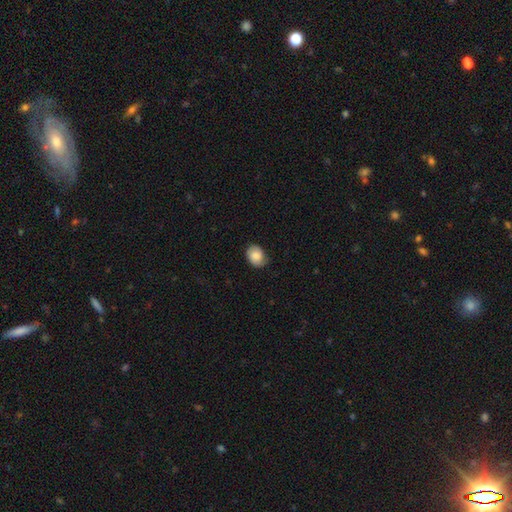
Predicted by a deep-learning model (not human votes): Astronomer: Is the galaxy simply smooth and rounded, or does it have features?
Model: smooth — 74%.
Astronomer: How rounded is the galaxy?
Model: in between — 65%.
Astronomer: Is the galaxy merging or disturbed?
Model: none — 74%.